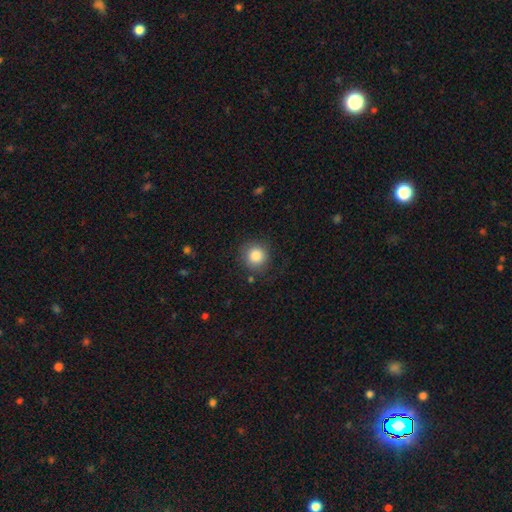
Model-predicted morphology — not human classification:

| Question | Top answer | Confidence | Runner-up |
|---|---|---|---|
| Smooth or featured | smooth | 84% | star or artifact (9%) |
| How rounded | round | 91% | in between (8%) |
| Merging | none | 81% | minor disturbance (13%) |